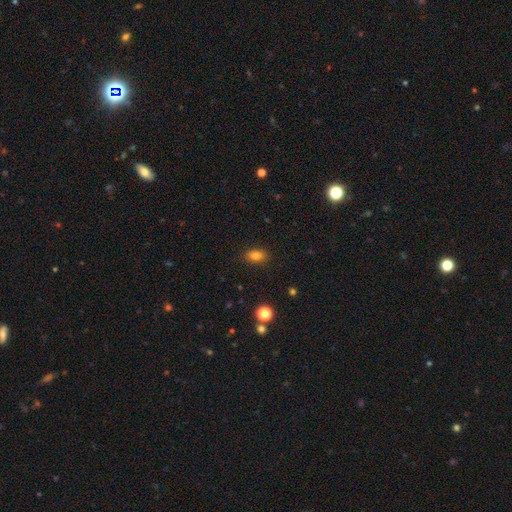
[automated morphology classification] This appears to be a smooth galaxy with no disk features (81%) that is in between round and cigar-shaped (76%). Merging: none (86%).